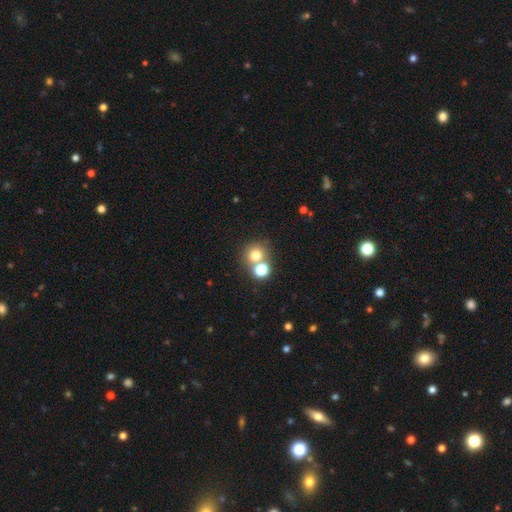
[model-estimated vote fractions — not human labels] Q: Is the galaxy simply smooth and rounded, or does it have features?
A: smooth — 73%.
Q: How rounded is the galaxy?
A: round — 87%.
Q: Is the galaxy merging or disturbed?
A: none — 54%.